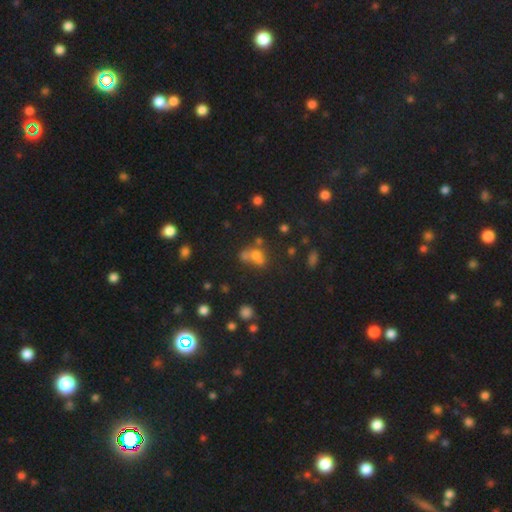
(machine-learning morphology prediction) Smooth or featured: smooth — 61% (star or artifact — 22%)
How rounded: round — 52% (in between — 46%)
Merging: merger — 48% (none — 29%)